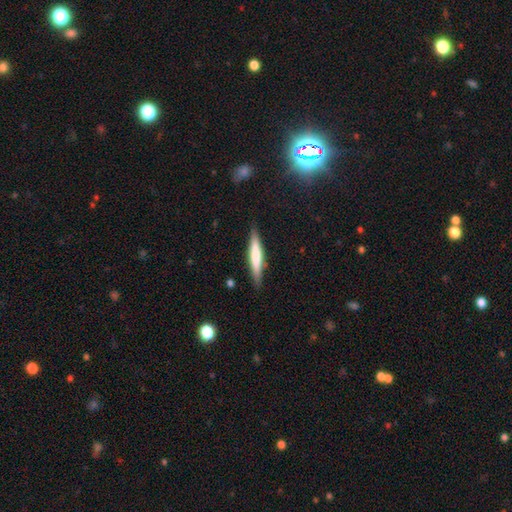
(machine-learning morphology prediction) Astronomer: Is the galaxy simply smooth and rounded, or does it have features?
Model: smooth — 58% (runner-up: featured or disk, 36%).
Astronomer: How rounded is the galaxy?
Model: cigar-shaped — 91%.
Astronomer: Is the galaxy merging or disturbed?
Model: none — 87%.